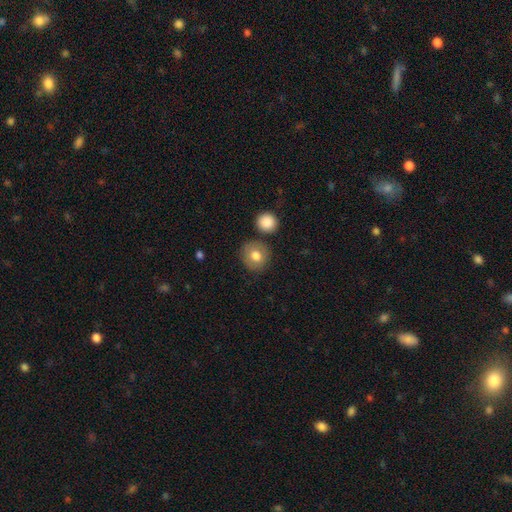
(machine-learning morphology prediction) A smooth galaxy with no disk features (78%) that is round (86%).

Vote fractions:
- Smooth or featured? smooth: 78% / featured or disk: 14% / star or artifact: 8%
- How rounded? round: 86% / in between: 13% / cigar-shaped: 1%
- Merging? none: 78% / minor disturbance: 12% / merger: 6% / major disturbance: 4%